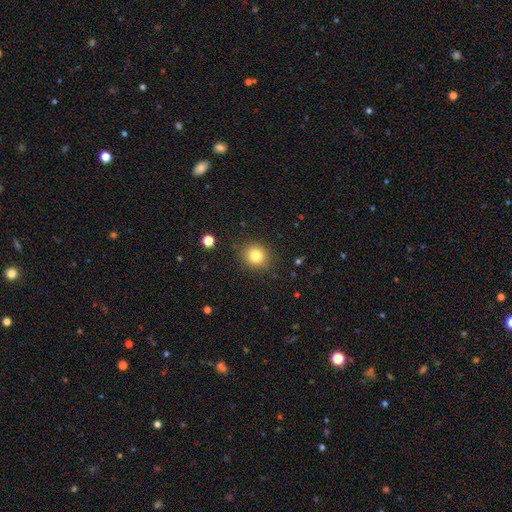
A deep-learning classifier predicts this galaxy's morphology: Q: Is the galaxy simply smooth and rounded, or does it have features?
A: smooth — 81%.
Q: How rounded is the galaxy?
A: round — 83%.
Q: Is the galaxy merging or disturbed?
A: none — 88%.